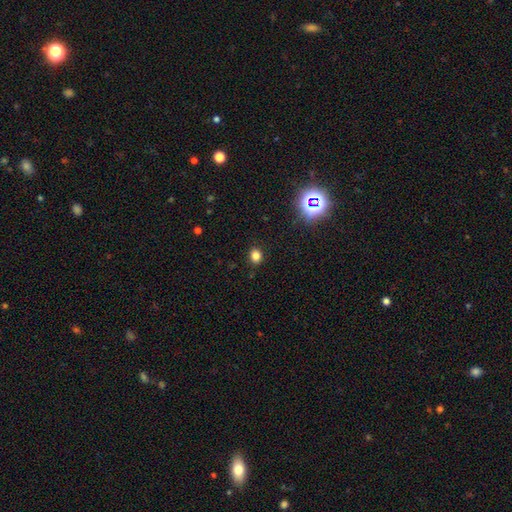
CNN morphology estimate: smooth-or-featured: smooth: 80% | star or artifact: 15% | featured or disk: 5%
  how-rounded: round: 53% | in between: 46% | cigar-shaped: 1%
  merging: none: 88% | minor disturbance: 8% | major disturbance: 2% | merger: 1%